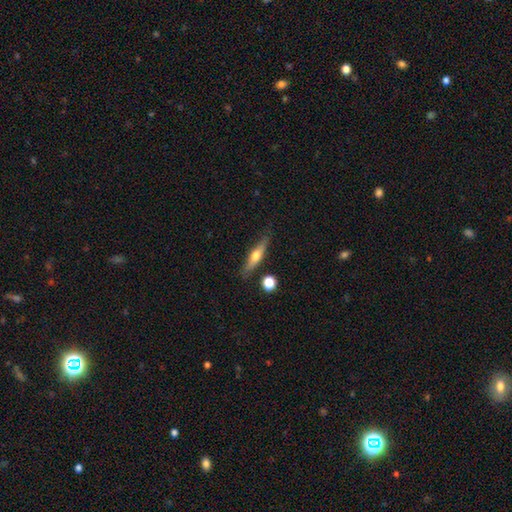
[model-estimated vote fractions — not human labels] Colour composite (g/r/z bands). It shows a featured or disk galaxy (49%). Merging: none (81%).